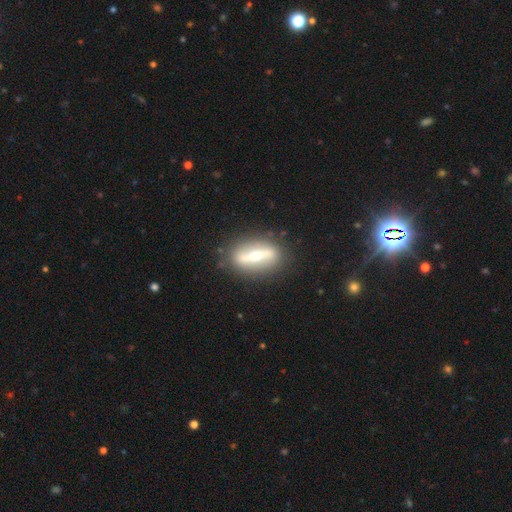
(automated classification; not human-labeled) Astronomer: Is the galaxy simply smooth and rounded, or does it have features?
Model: featured or disk — 67%.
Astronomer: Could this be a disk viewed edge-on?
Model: no — 52% (runner-up: yes, 48%).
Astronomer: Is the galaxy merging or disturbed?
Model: none — 84%.